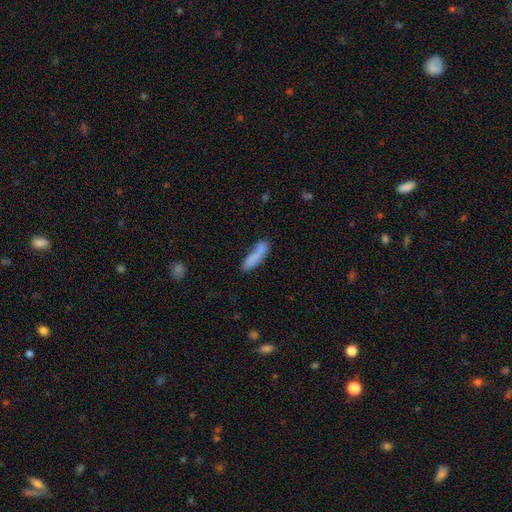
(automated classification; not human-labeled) smooth-or-featured: smooth: 78% | featured or disk: 14% | star or artifact: 8%
  how-rounded: cigar-shaped: 72% | in between: 26% | round: 2%
  merging: none: 53% | merger: 21% | minor disturbance: 18% | major disturbance: 7%